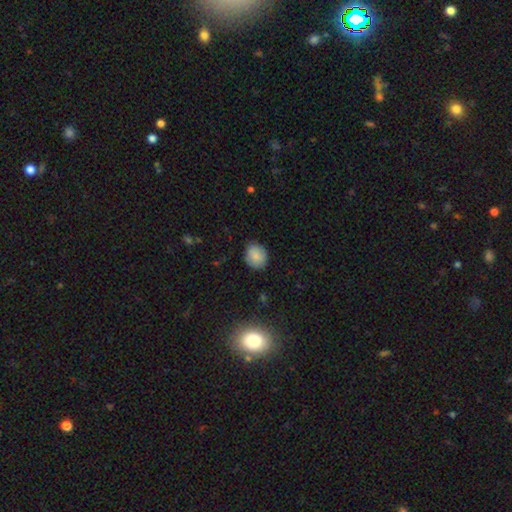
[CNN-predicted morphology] The model was most divided on "how rounded": round: 63%, in between: 36%, cigar-shaped: 1%. More confident: smooth or featured — smooth (83%); merging — none (83%).